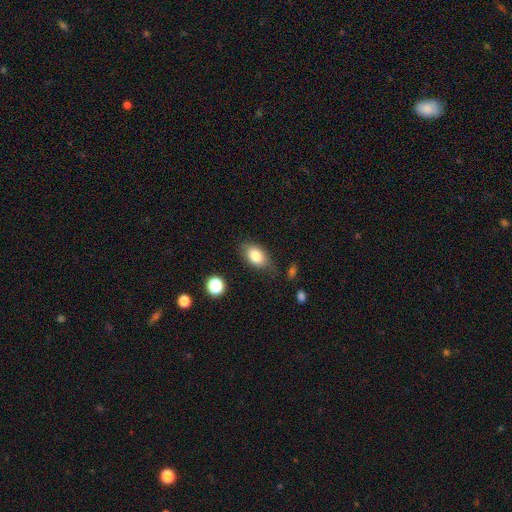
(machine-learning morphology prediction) Smooth or featured? Predicted: smooth (p=0.80). How rounded? Predicted: in between (p=0.87). Merging? Predicted: none (p=0.74).